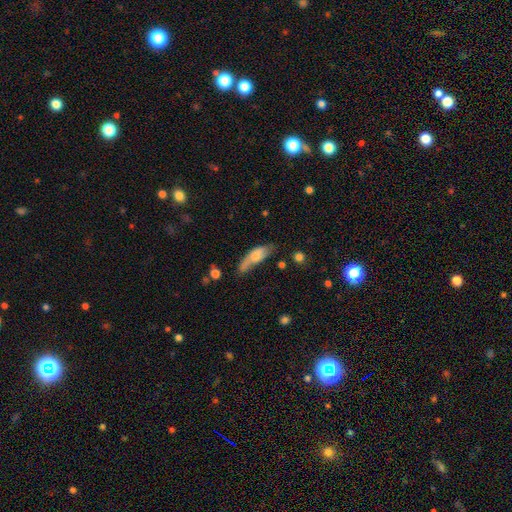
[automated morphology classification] type=smooth (63%); roundness=in between (58%); merging=none (42%).